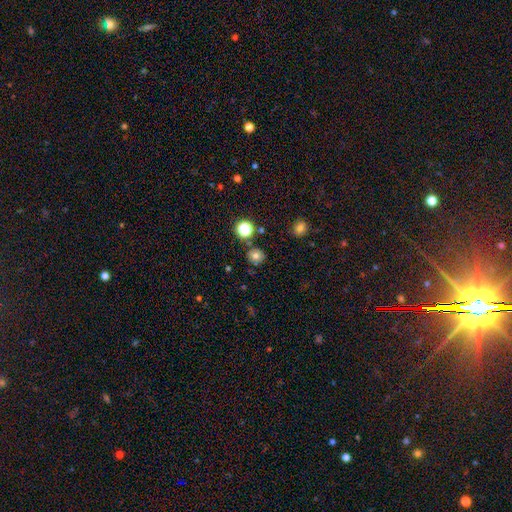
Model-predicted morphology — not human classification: smooth_or_featured: smooth (p=0.72) [alt: star or artifact p=0.19]
how_rounded: round (p=0.89) [alt: in between p=0.10]
merging: none (p=0.83) [alt: minor disturbance p=0.09]